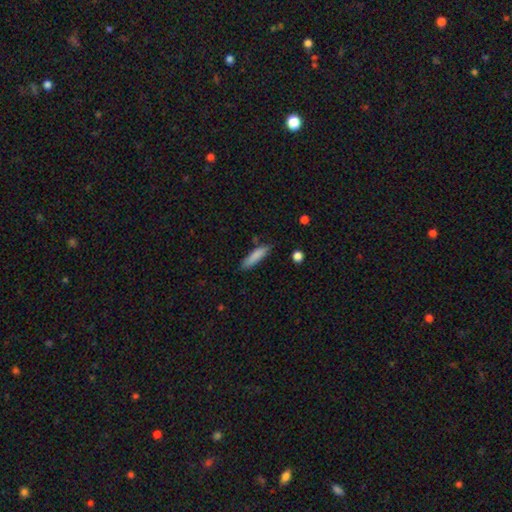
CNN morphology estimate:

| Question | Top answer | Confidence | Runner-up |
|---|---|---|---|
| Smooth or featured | smooth | 83% | featured or disk (10%) |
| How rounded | cigar-shaped | 76% | in between (22%) |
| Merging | none | 78% | minor disturbance (17%) |